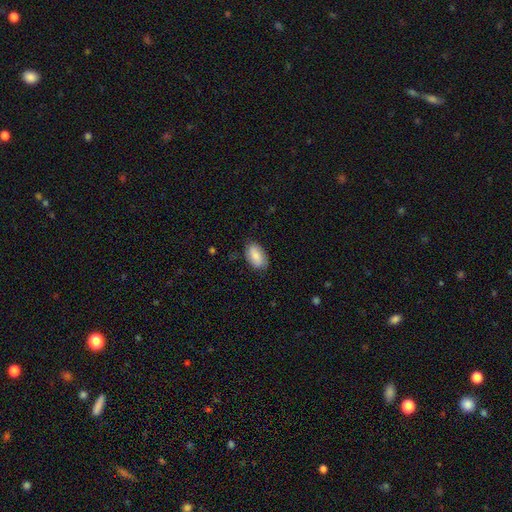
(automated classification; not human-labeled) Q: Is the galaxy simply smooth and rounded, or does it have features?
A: smooth — 79%.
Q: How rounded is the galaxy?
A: in between — 93%.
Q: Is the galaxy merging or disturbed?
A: none — 77%.